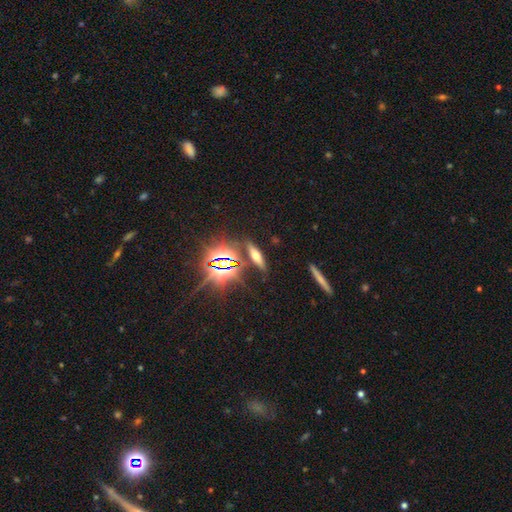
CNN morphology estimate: This is marginally a smooth galaxy (40%). Merging: clearly none (82%).